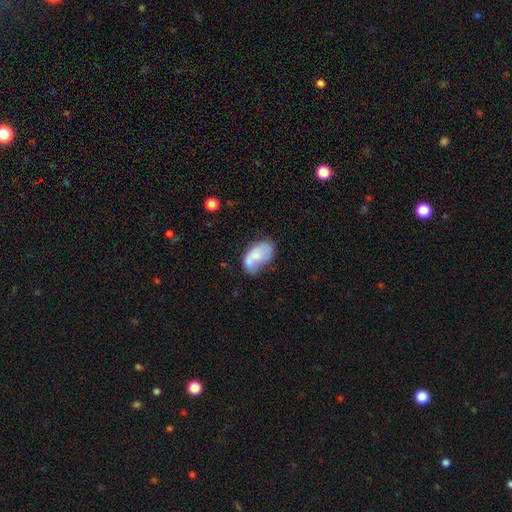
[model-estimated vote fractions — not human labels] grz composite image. It shows a smooth galaxy with no disk features (60%) that is in between round and cigar-shaped (91%). Merging: none (37%).